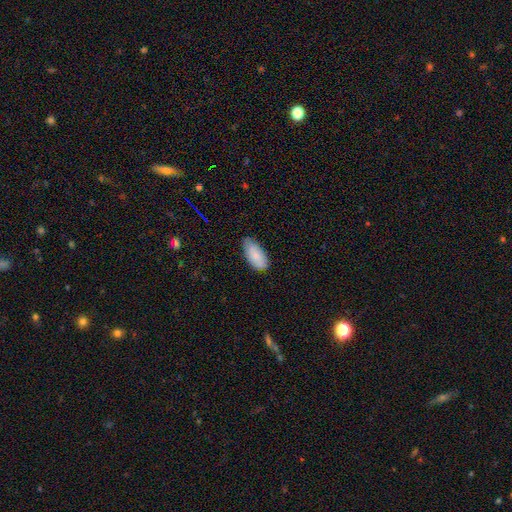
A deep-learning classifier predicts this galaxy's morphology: Smooth or featured: smooth — 82% (featured or disk — 12%)
How rounded: in between — 93% (cigar-shaped — 5%)
Merging: none — 67% (minor disturbance — 28%)